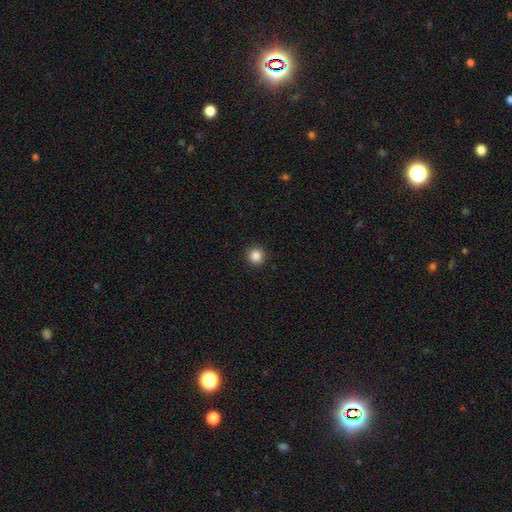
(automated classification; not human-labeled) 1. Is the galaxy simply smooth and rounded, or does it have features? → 86% smooth, 11% star or artifact, 3% featured or disk.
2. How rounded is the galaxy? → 95% round, 4% in between, 1% cigar-shaped.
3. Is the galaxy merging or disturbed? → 92% none, 5% minor disturbance, 2% major disturbance, 1% merger.